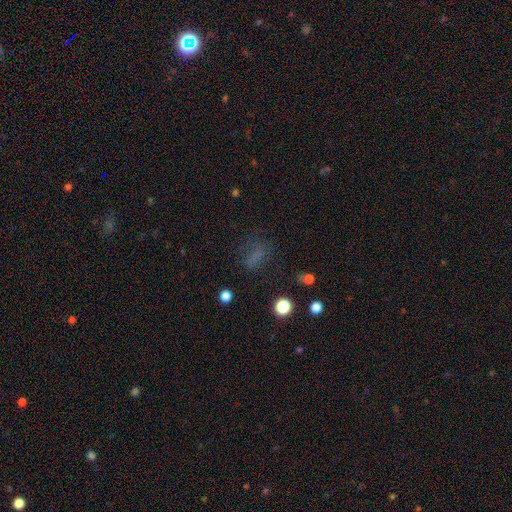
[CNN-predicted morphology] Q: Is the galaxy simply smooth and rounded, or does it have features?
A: smooth — 61%.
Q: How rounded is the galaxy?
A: in between — 62%.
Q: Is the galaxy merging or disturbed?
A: none — 64%.